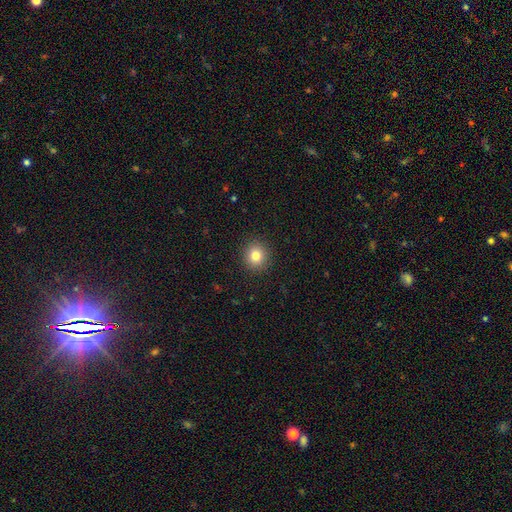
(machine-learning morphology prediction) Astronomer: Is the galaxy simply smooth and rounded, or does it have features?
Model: smooth — 81%.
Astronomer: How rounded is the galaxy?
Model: round — 90%.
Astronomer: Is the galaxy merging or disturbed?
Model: none — 91%.